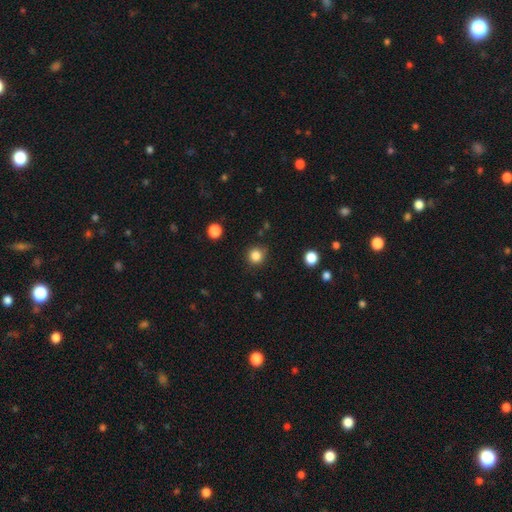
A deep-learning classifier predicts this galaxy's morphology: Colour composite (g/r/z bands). It shows a smooth galaxy with no disk features (84%) that is round (92%). Merging: none (86%).